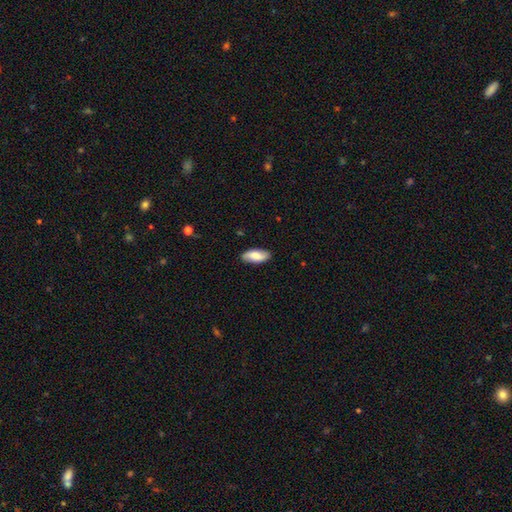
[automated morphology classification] A smooth galaxy with no disk features (71%) that is in between round and cigar-shaped (88%).

Vote fractions:
- Smooth or featured? smooth: 71% / featured or disk: 22% / star or artifact: 6%
- How rounded? in between: 88% / cigar-shaped: 9% / round: 2%
- Merging? none: 86% / minor disturbance: 11% / major disturbance: 2% / merger: 1%